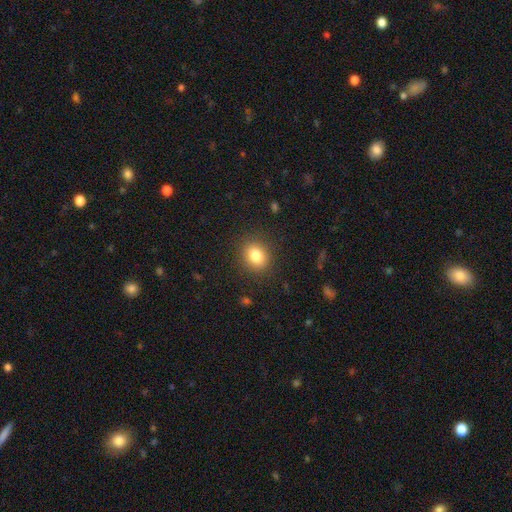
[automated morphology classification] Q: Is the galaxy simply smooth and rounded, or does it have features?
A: smooth — 82%.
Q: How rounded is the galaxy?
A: round — 59%.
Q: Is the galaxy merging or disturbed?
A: none — 87%.